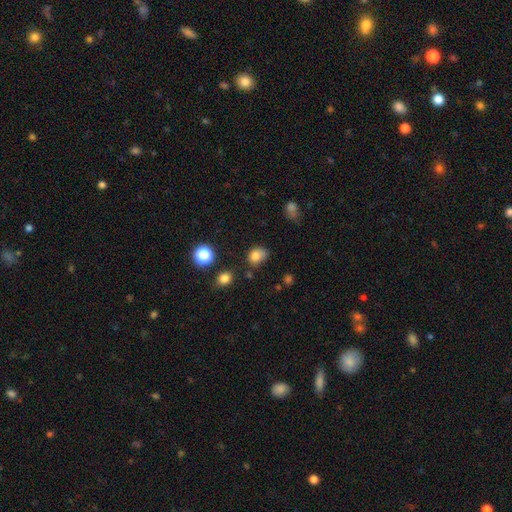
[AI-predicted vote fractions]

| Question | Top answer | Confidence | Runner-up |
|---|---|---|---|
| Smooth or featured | smooth | 80% | star or artifact (13%) |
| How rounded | round | 50% | in between (49%) |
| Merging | none | 56% | minor disturbance (30%) |